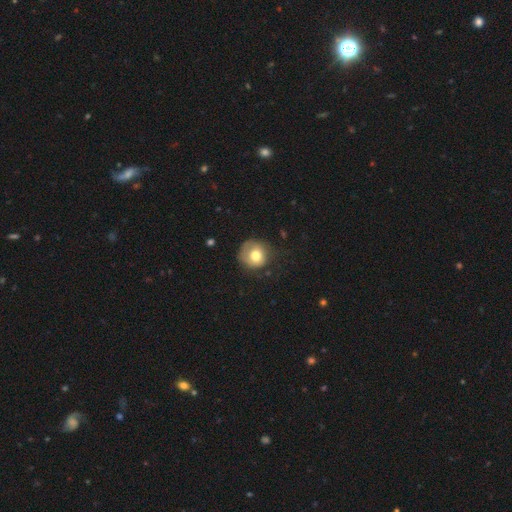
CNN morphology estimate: Smooth or featured? smooth (73%)
How rounded? round (89%)
Merging? none (60%)